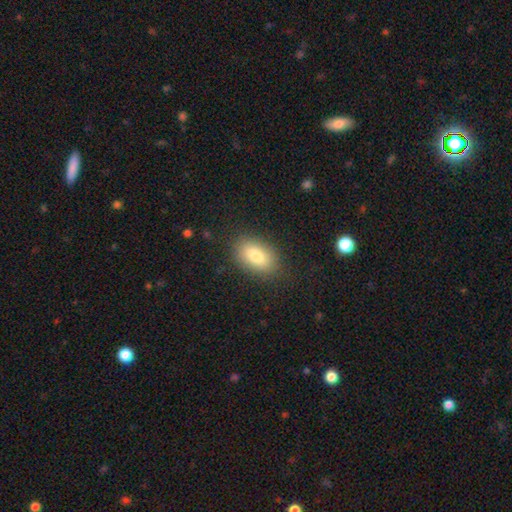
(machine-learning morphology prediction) The model was most divided on "smooth or featured": smooth: 81%, featured or disk: 11%, star or artifact: 8%. More confident: how rounded — in between (89%); merging — none (85%).